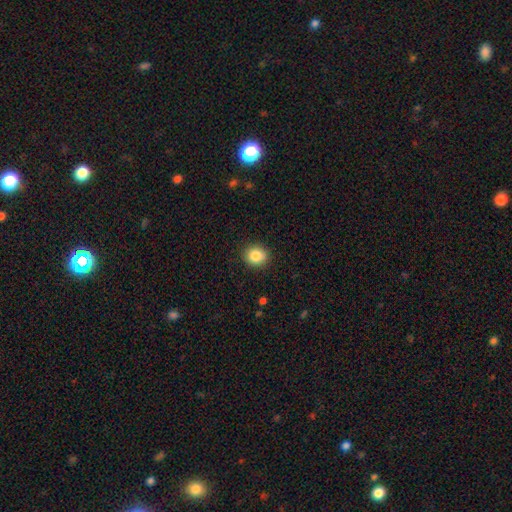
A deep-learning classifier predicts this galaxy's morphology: A smooth galaxy with no disk features (85%) that is round (80%).

Vote fractions:
- Smooth or featured? smooth: 85% / star or artifact: 9% / featured or disk: 5%
- How rounded? round: 80% / in between: 19% / cigar-shaped: 1%
- Merging? none: 90% / minor disturbance: 7% / major disturbance: 2% / merger: 1%